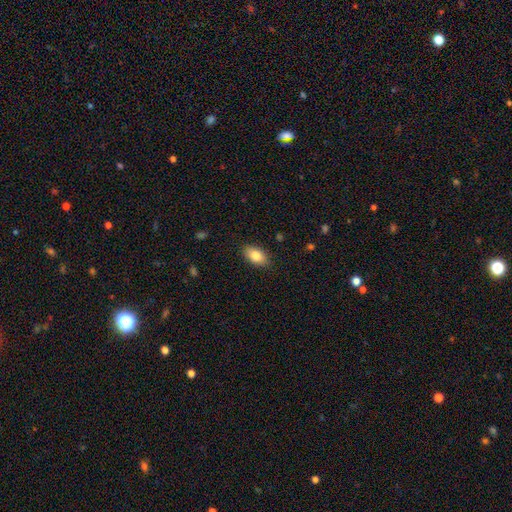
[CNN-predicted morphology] smooth_or_featured: smooth (p=0.84) [alt: featured or disk p=0.08]
how_rounded: in between (p=0.92) [alt: round p=0.05]
merging: none (p=0.87) [alt: minor disturbance p=0.09]